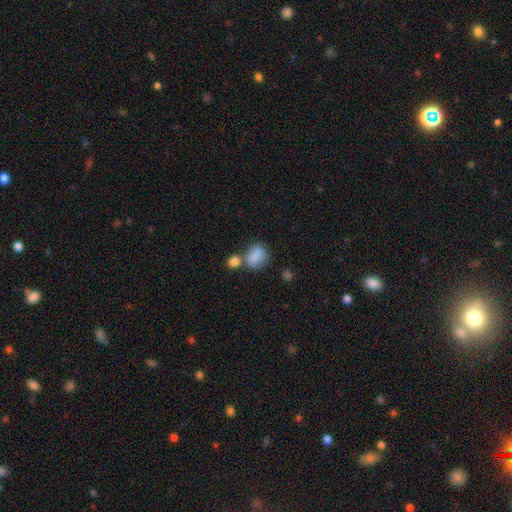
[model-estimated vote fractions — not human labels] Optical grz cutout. It shows a smooth galaxy with no disk features (80%) that is in between round and cigar-shaped (62%). Merging: none (41%).